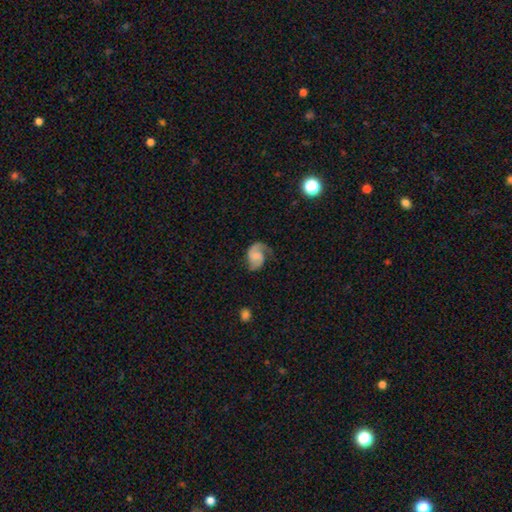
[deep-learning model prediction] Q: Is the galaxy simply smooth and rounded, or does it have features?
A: featured or disk — 81%.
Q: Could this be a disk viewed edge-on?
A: no — 98%.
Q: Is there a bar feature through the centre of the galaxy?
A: no — 56%.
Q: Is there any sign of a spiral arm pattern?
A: yes — 97%.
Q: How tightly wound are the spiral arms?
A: medium — 49%.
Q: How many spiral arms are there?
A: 2 — 82%.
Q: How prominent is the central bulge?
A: none — 40%.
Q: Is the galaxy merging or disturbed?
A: none — 63%.